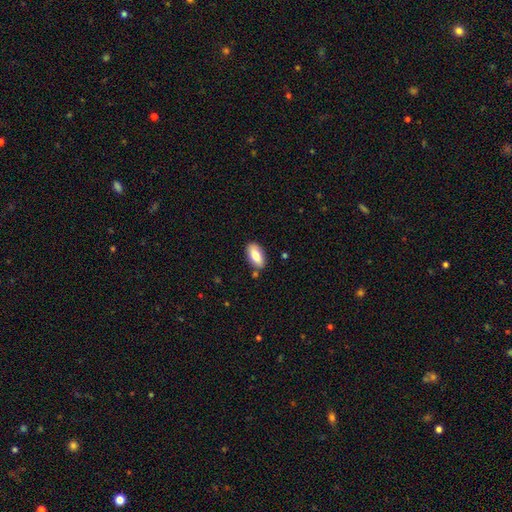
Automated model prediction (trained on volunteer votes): This is clearly a smooth galaxy (80%). How rounded: clearly in between (89%). Merging: clearly none (82%).